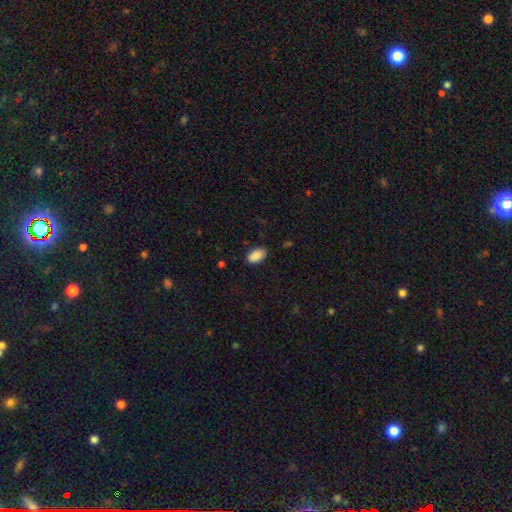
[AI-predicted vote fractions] smooth-or-featured: smooth: 90% | star or artifact: 7% | featured or disk: 3%
  how-rounded: in between: 93% | round: 5% | cigar-shaped: 1%
  merging: none: 85% | minor disturbance: 12% | major disturbance: 2% | merger: 1%